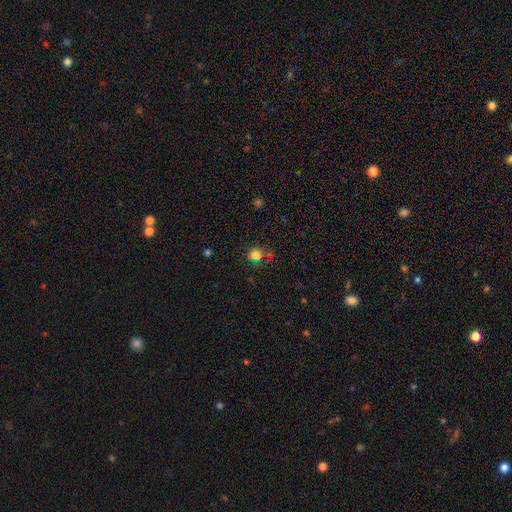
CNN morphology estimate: A smooth galaxy with no disk features (71%) that is round (77%). Merging: none (63%).